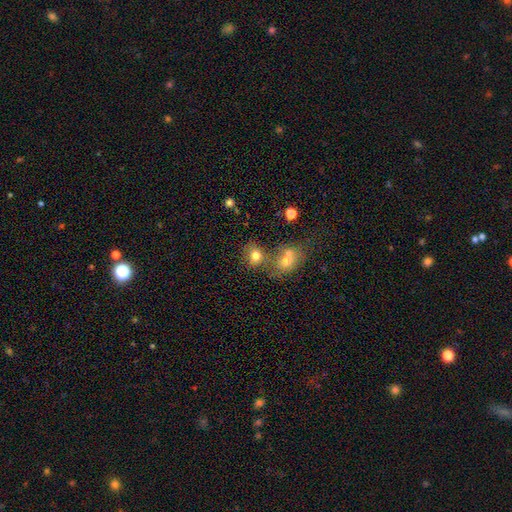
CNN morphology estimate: type=smooth (76%); roundness=round (64%); merging=none (53%).